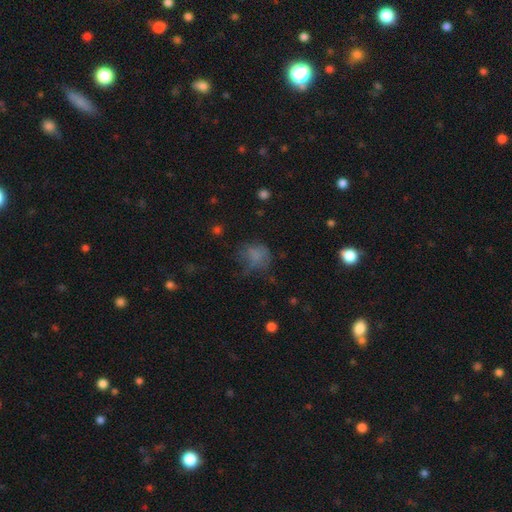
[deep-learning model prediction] Smooth or featured: smooth — 64% (featured or disk — 20%)
How rounded: round — 59% (in between — 40%)
Merging: none — 38% (major disturbance — 32%)